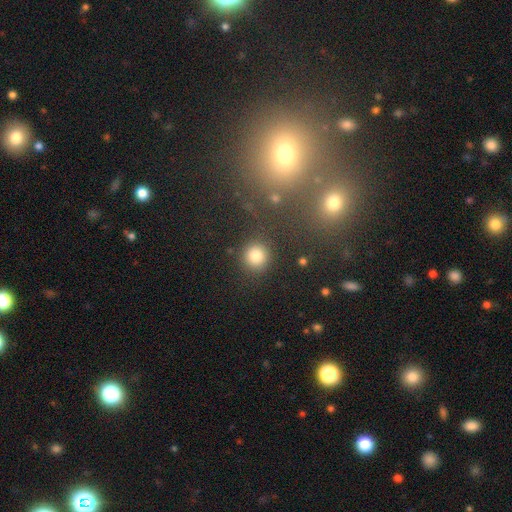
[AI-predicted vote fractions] smooth_or_featured: smooth (p=0.82) [alt: star or artifact p=0.12]
how_rounded: round (p=0.89) [alt: in between p=0.10]
merging: none (p=0.84) [alt: minor disturbance p=0.09]